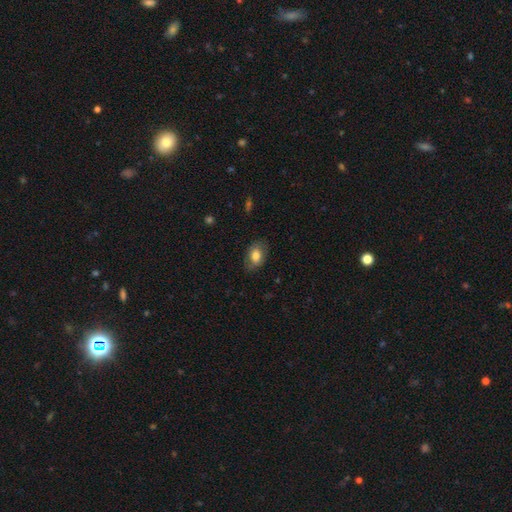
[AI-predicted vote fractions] Smooth or featured?
  - smooth: 73% *
  - featured or disk: 19%
  - star or artifact: 8%
How rounded?
  - in between: 85% *
  - round: 14%
  - cigar-shaped: 1%
Merging?
  - none: 77% *
  - minor disturbance: 17%
  - major disturbance: 5%
  - merger: 1%